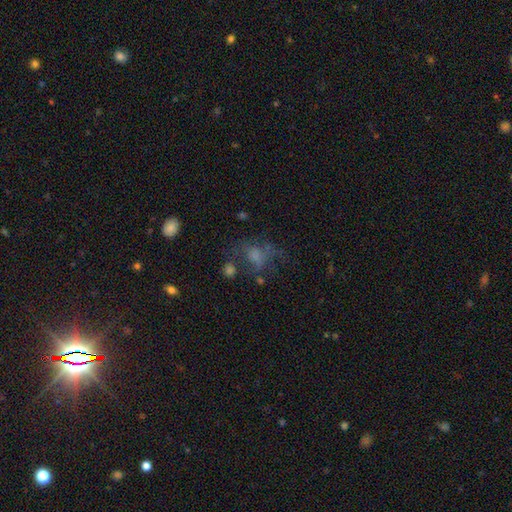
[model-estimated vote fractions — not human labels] Overall: star or artifact (39%; featured or disk 32%).